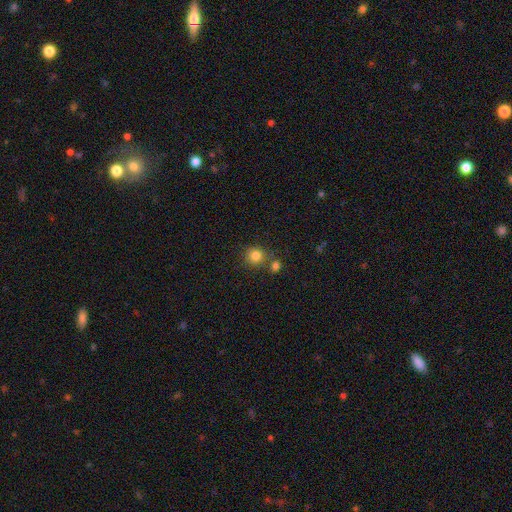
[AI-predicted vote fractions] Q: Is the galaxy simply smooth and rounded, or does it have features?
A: smooth — 83%.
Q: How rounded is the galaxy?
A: round — 90%.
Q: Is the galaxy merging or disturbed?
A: none — 70%.